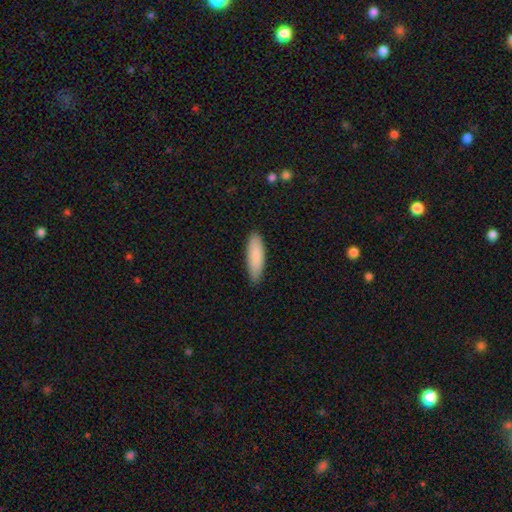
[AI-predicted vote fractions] smooth-or-featured: smooth: 87% | featured or disk: 7% | star or artifact: 5%
  how-rounded: cigar-shaped: 57% | in between: 42% | round: 1%
  merging: none: 85% | minor disturbance: 12% | major disturbance: 2% | merger: 1%